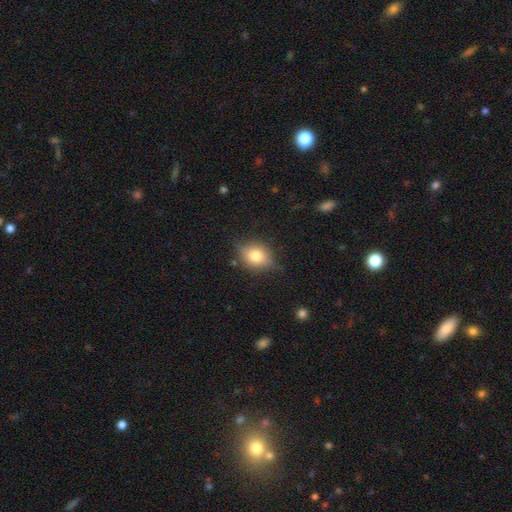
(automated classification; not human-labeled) Morphology: type=smooth (68%); roundness=round (50%); merging=none (73%).